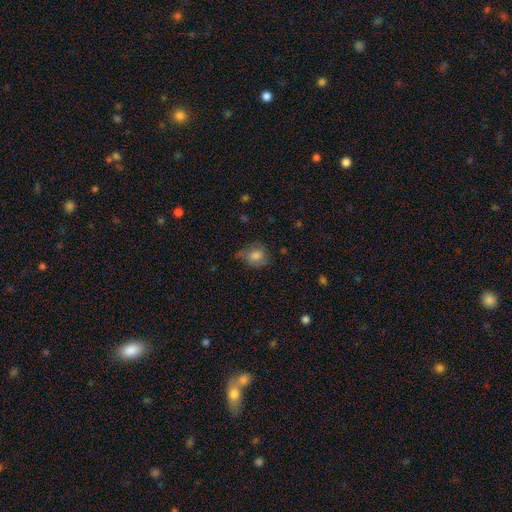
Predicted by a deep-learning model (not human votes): Smooth or featured: smooth — 67% (featured or disk — 23%)
How rounded: round — 54% (in between — 45%)
Merging: none — 49% (minor disturbance — 30%)